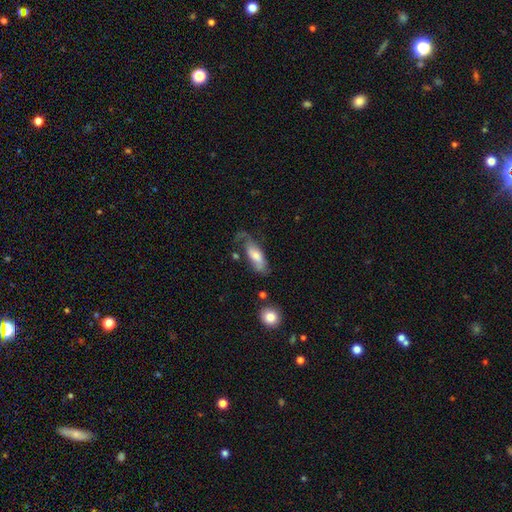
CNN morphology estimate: This appears to be a smooth galaxy with no disk features (60%) that is in between round and cigar-shaped (76%). Merging: none (37%).